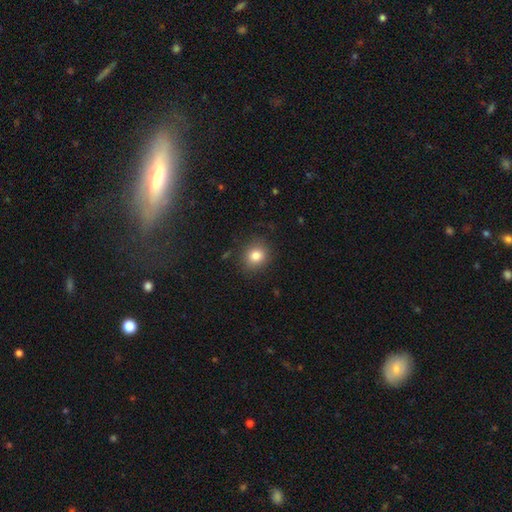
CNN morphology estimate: The model was most divided on "how rounded": round: 78%, in between: 21%, cigar-shaped: 1%. More confident: merging — none (87%); smooth or featured — smooth (82%).